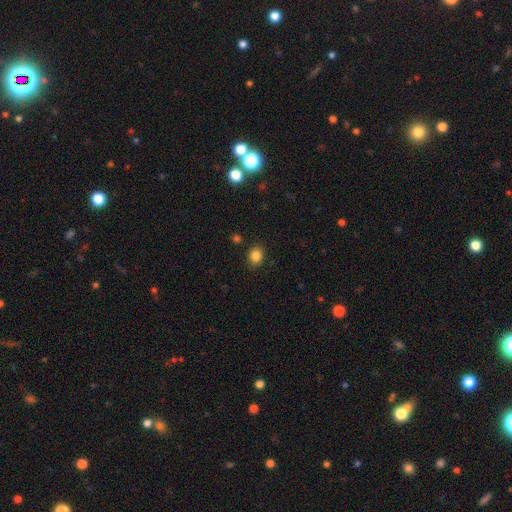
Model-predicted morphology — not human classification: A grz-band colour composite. It shows a smooth galaxy with no disk features (85%) that is round (66%). Merging: none (87%).